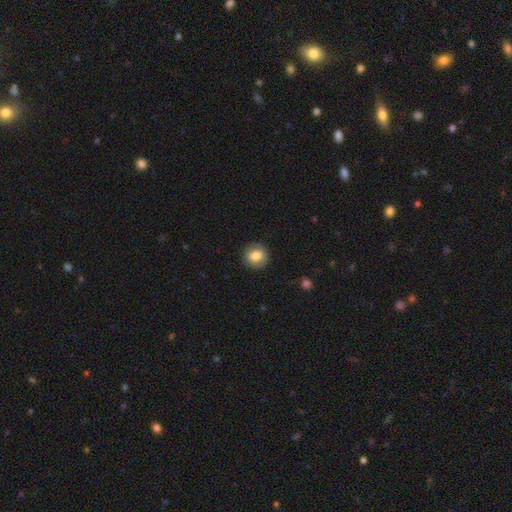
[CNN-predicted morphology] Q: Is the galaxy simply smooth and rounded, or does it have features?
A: smooth — 78%.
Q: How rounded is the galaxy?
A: round — 87%.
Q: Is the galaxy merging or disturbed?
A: none — 86%.